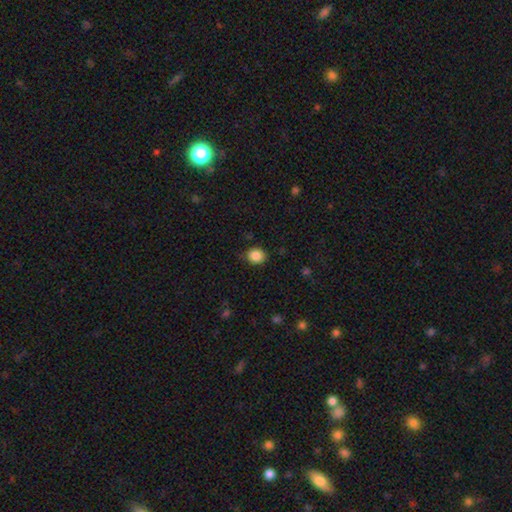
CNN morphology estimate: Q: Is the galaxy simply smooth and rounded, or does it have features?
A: smooth — 86%.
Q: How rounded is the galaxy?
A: round — 73%.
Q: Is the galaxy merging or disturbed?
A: none — 81%.